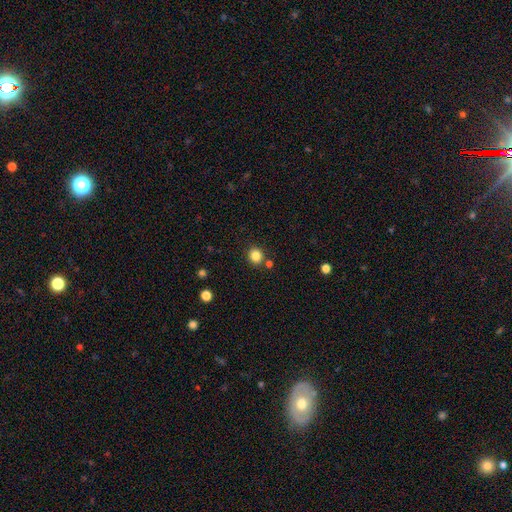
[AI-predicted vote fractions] A smooth galaxy with no disk features (84%) that is round (86%). Merging: none (83%).